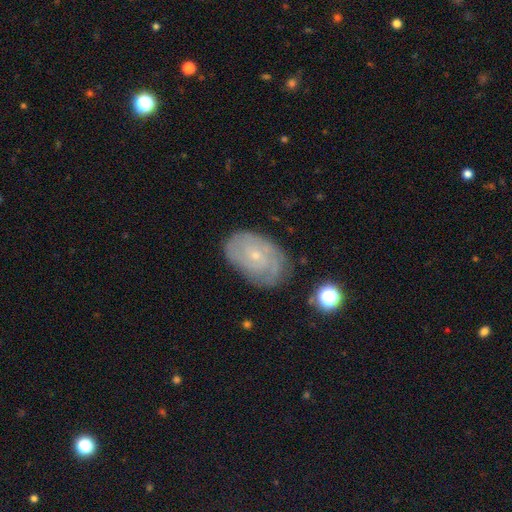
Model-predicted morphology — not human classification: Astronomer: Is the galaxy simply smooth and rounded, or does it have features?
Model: featured or disk — 71%.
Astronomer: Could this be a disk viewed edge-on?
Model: no — 96%.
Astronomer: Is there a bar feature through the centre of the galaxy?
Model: no — 73%.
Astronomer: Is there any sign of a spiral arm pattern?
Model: yes — 88%.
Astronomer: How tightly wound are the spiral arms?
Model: tight — 65%.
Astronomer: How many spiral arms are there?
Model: can't tell — 45% (runner-up: 2, 26%).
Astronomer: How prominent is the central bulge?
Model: small — 81%.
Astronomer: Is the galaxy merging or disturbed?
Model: none — 70%.